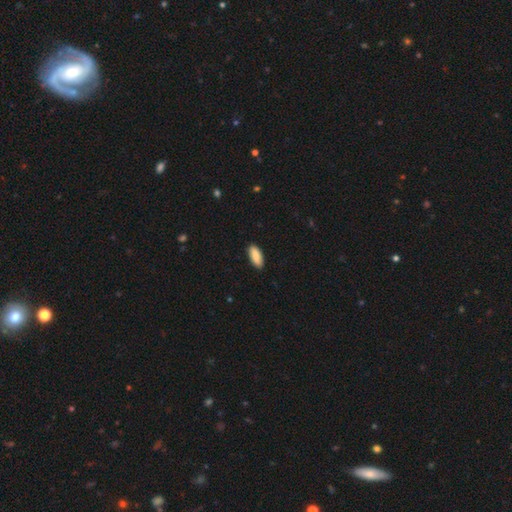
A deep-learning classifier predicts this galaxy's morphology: smooth_or_featured: smooth (p=0.89) [alt: star or artifact p=0.06]
how_rounded: in between (p=0.81) [alt: cigar-shaped p=0.18]
merging: none (p=0.89) [alt: minor disturbance p=0.08]